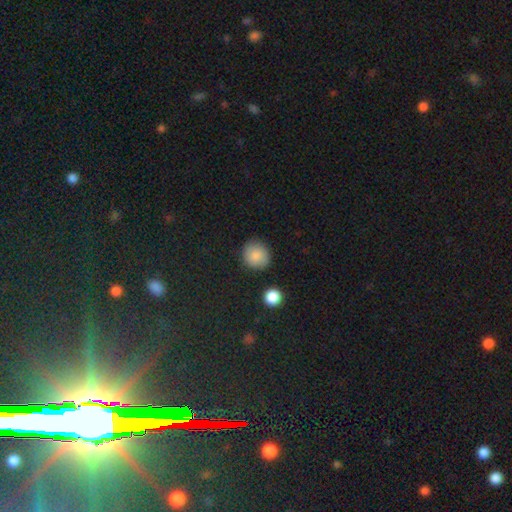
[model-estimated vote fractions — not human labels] This is clearly a smooth galaxy (86%). How rounded: clearly round (89%). Merging: clearly none (85%).